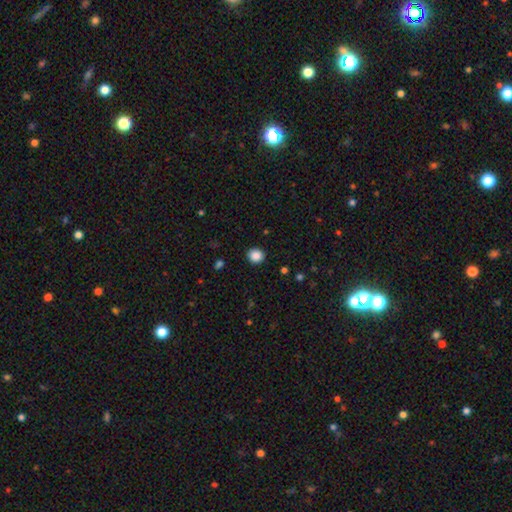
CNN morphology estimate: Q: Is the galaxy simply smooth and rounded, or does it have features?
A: smooth — 88%.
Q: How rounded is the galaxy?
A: round — 83%.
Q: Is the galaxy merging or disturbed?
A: none — 91%.